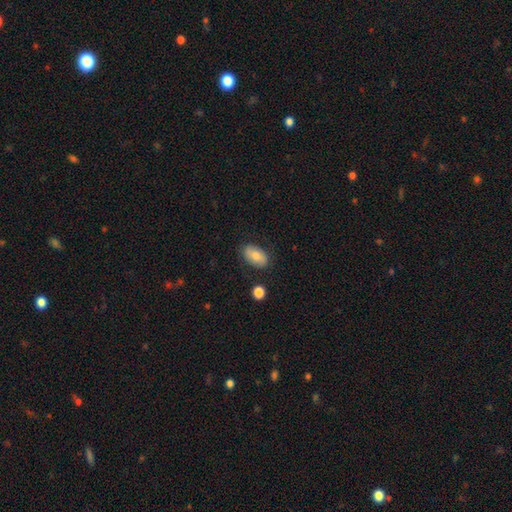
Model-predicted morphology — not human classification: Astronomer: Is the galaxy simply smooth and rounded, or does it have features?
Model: smooth — 76%.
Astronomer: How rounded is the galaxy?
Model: in between — 91%.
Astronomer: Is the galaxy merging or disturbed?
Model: none — 82%.